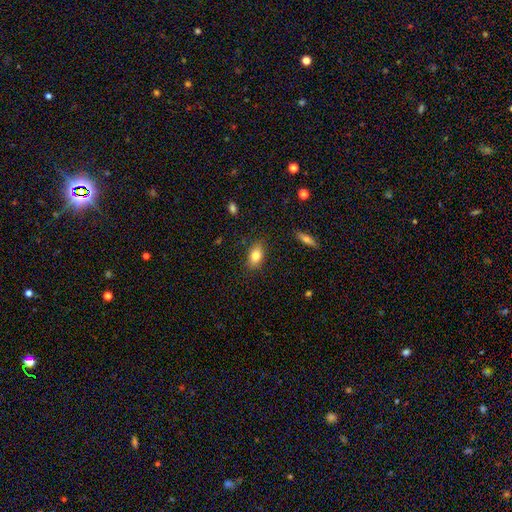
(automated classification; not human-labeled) Overall: smooth (81%). How rounded: in between (87%). Merging: none (84%).